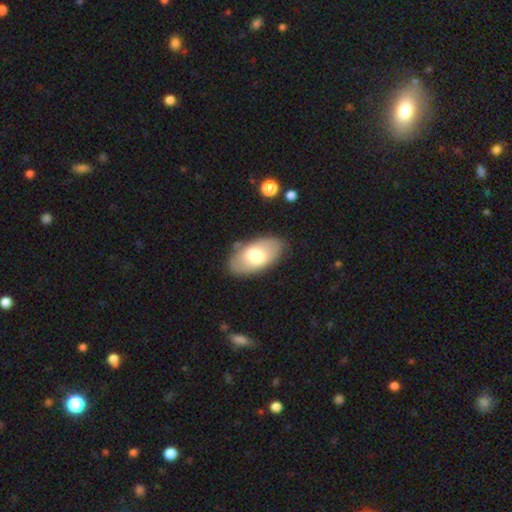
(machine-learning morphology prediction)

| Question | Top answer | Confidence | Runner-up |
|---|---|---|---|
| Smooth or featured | smooth | 68% | featured or disk (26%) |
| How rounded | in between | 94% | round (4%) |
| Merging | none | 80% | minor disturbance (14%) |